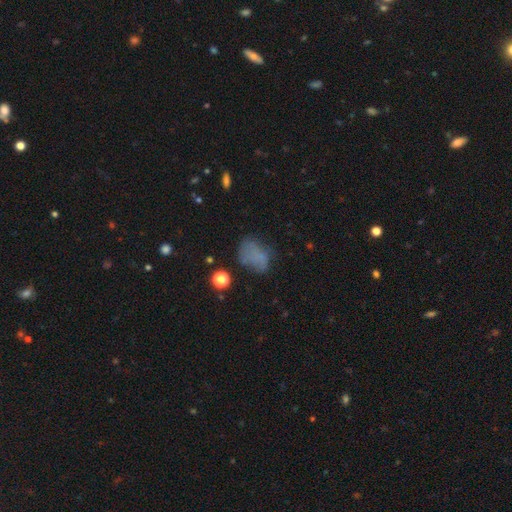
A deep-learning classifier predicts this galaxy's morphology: Smooth or featured?
  - smooth: 61% *
  - featured or disk: 21%
  - star or artifact: 18%
How rounded?
  - in between: 73% *
  - round: 25%
  - cigar-shaped: 2%
Merging?
  - none: 45% *
  - minor disturbance: 26%
  - major disturbance: 24%
  - merger: 5%